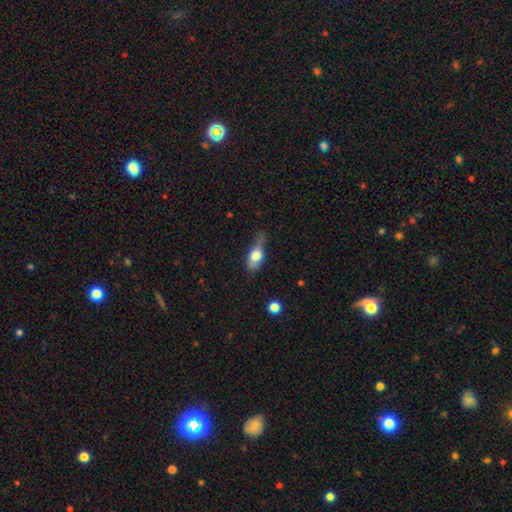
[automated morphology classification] The model was most divided on "merging": minor disturbance: 40%, none: 35%, major disturbance: 20%, merger: 5%. More confident: how rounded — in between (75%); smooth or featured — smooth (72%).